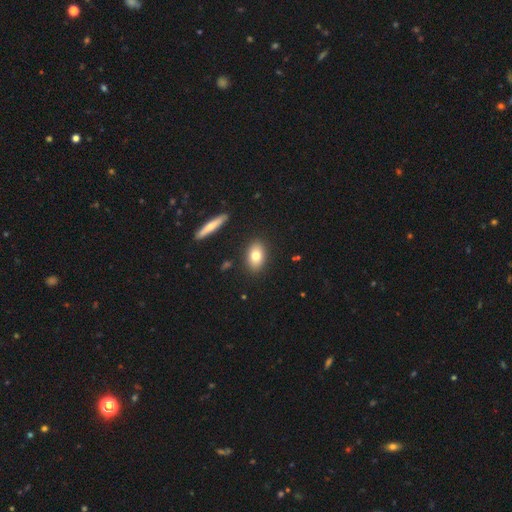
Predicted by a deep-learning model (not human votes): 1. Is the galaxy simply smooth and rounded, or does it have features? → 77% smooth, 15% featured or disk, 8% star or artifact.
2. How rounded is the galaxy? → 84% in between, 12% round, 4% cigar-shaped.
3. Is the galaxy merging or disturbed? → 88% none, 8% minor disturbance, 2% major disturbance, 2% merger.